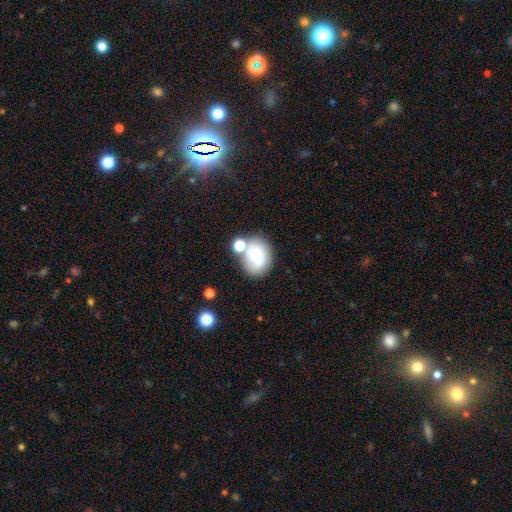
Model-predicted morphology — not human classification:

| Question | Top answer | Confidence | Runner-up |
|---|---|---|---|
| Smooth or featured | smooth | 62% | featured or disk (28%) |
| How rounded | in between | 55% | round (44%) |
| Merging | none | 53% | merger (21%) |